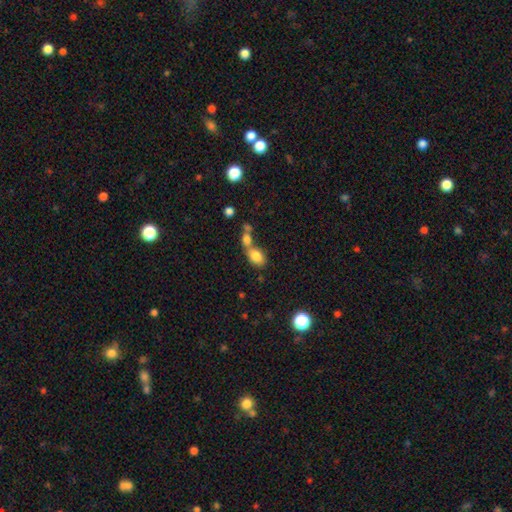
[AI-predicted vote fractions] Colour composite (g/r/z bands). It shows a smooth galaxy with no disk features (81%) that is in between round and cigar-shaped (81%). Merging: merger (55%).